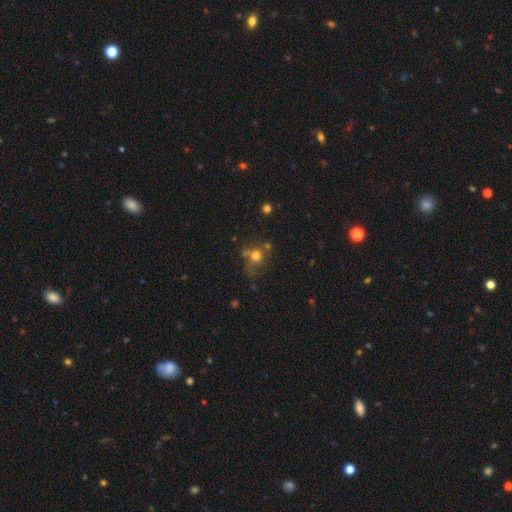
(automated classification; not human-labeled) Smooth or featured: smooth — 68% (star or artifact — 18%)
How rounded: round — 79% (in between — 20%)
Merging: none — 50% (merger — 19%)